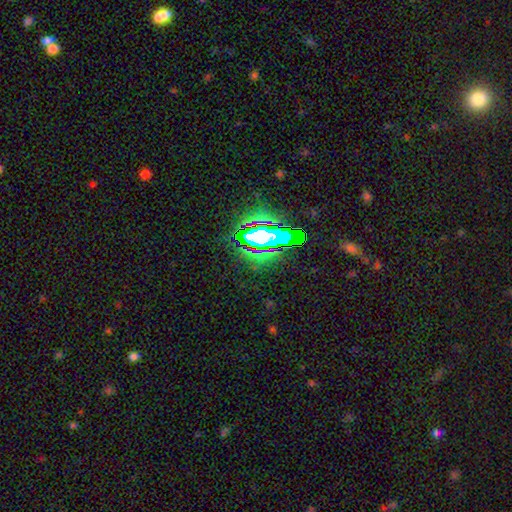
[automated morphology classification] smooth_or_featured: star or artifact (p=0.74) [alt: smooth p=0.15]